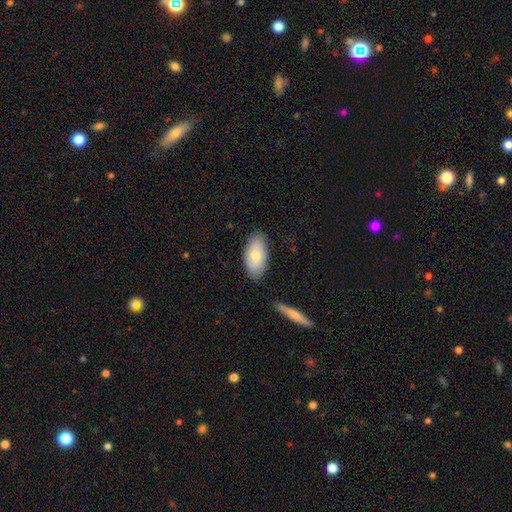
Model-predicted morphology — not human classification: A smooth galaxy with no disk features (77%) that is in between round and cigar-shaped (94%). Merging: none (83%).